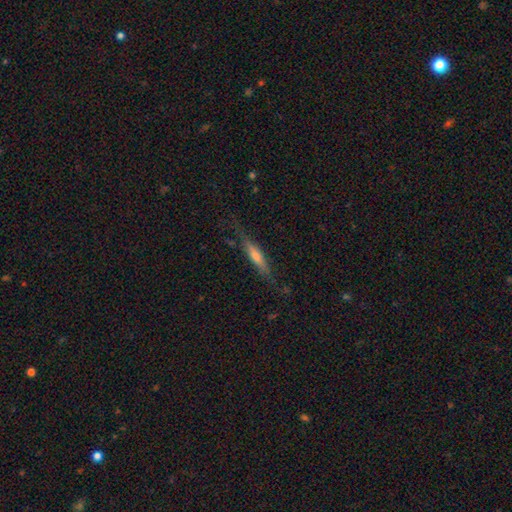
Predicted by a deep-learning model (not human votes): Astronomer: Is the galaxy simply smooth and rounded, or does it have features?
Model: featured or disk — 53% (runner-up: smooth, 40%).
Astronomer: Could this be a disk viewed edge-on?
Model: yes — 91%.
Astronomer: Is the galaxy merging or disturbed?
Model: none — 74%.